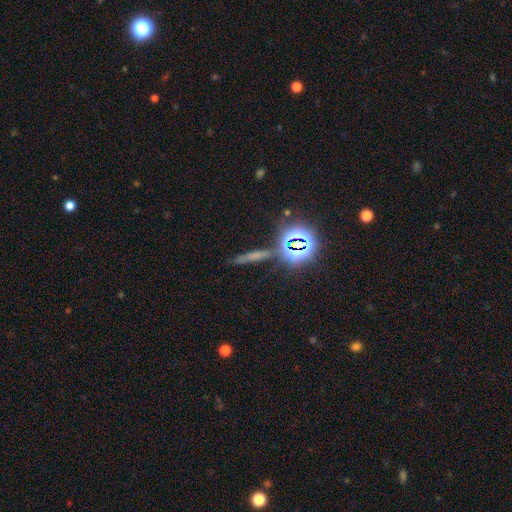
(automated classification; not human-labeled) smooth_or_featured: smooth (p=0.40) [alt: star or artifact p=0.37]
merging: none (p=0.78) [alt: minor disturbance p=0.11]